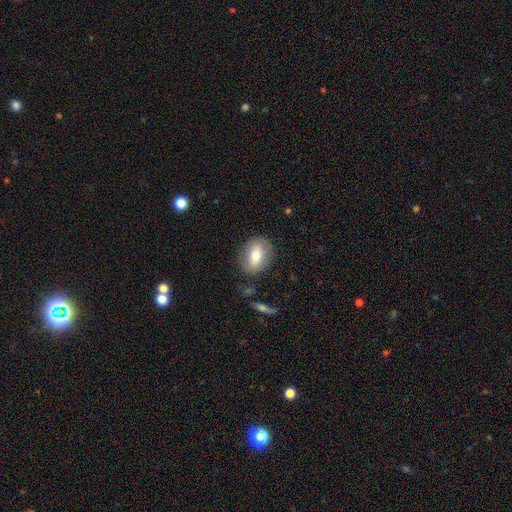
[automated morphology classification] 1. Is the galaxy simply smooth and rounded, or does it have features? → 70% smooth, 22% featured or disk, 8% star or artifact.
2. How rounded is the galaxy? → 71% in between, 27% round, 2% cigar-shaped.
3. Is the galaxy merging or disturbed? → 81% none, 12% minor disturbance, 4% major disturbance, 2% merger.